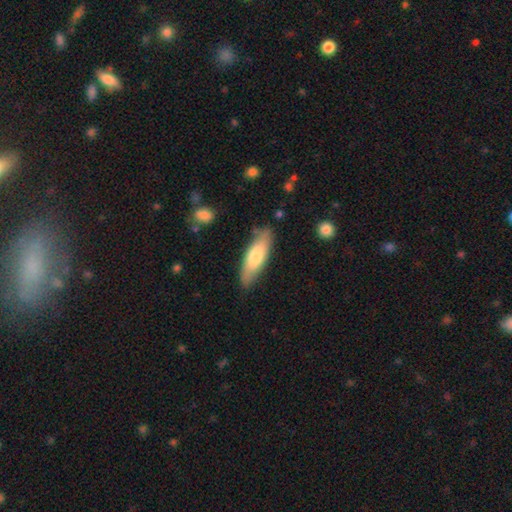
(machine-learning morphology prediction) A smooth galaxy with no disk features (67%) that is in between round and cigar-shaped (50%). Merging: none (82%).